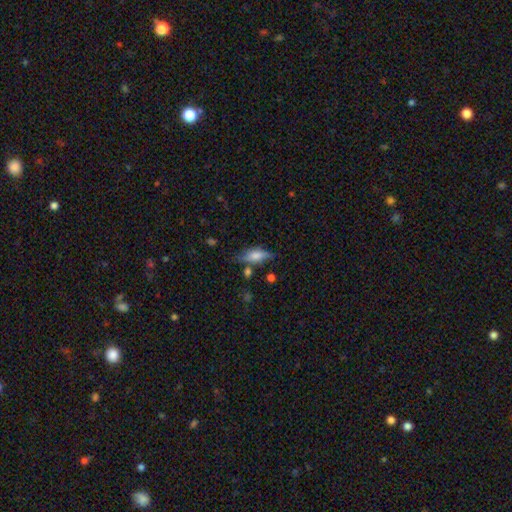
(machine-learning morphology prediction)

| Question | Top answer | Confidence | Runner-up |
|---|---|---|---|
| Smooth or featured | smooth | 55% | featured or disk (36%) |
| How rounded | in between | 60% | cigar-shaped (36%) |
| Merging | none | 68% | minor disturbance (20%) |